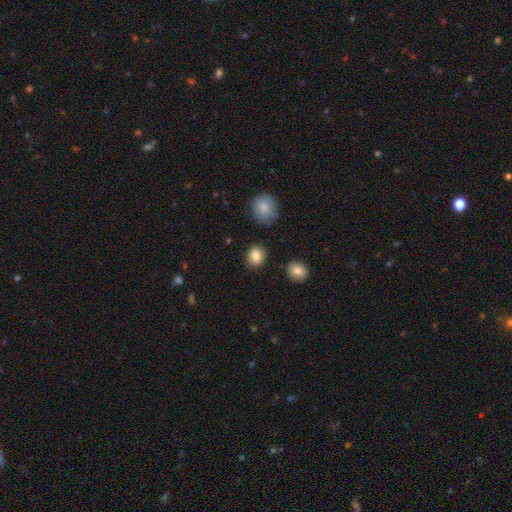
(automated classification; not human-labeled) Morphology: type=smooth (85%); roundness=round (57%); merging=none (87%).